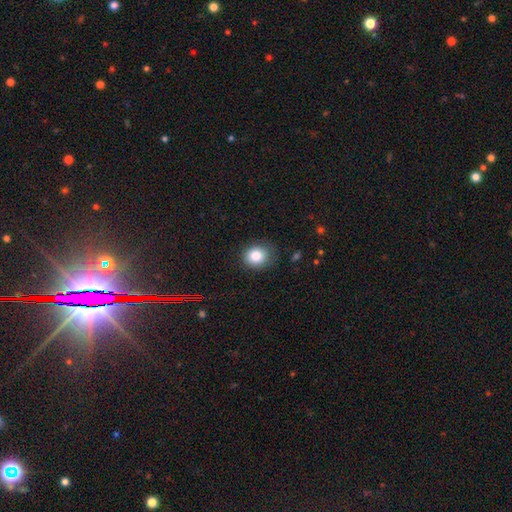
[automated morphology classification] This appears to be a smooth galaxy with no disk features (83%) that is round (71%). Merging: none (80%).